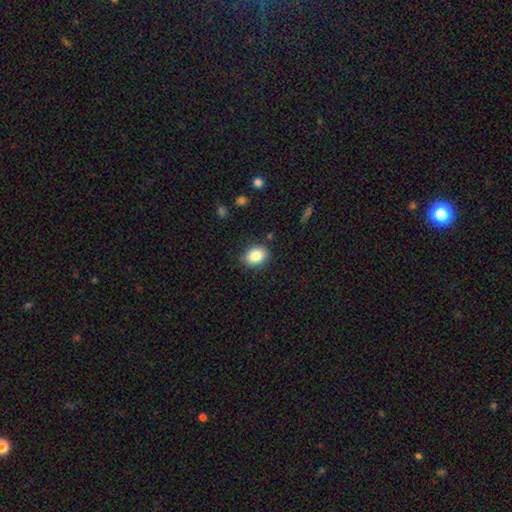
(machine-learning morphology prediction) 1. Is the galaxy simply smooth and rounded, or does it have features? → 86% smooth, 8% star or artifact, 5% featured or disk.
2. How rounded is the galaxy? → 64% in between, 35% round, 1% cigar-shaped.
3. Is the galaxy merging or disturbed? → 84% none, 11% minor disturbance, 3% major disturbance, 1% merger.